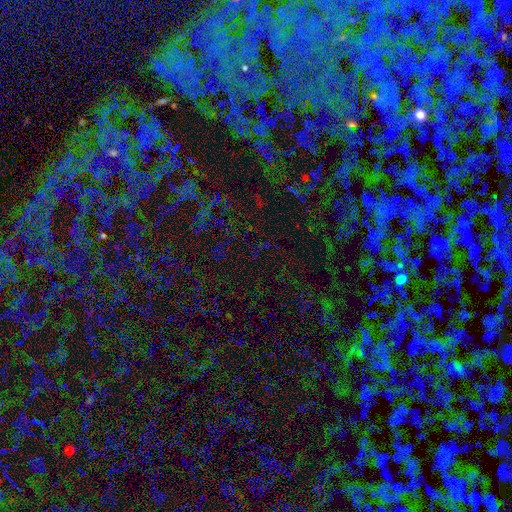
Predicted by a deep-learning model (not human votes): Smooth or featured?
  - star or artifact: 73% *
  - smooth: 18%
  - featured or disk: 9%